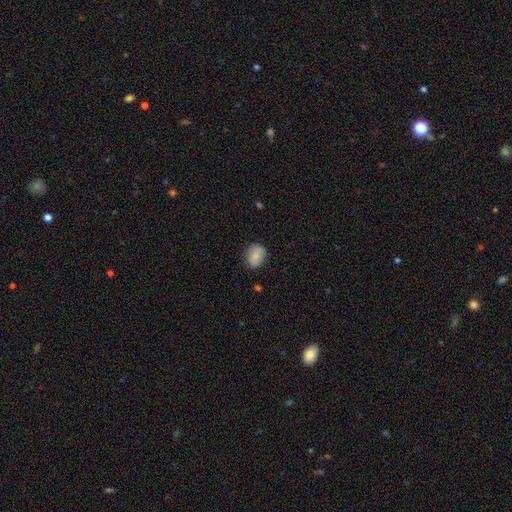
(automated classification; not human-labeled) smooth_or_featured: smooth (p=0.79) [alt: featured or disk p=0.13]
how_rounded: in between (p=0.56) [alt: round p=0.43]
merging: none (p=0.74) [alt: minor disturbance p=0.21]